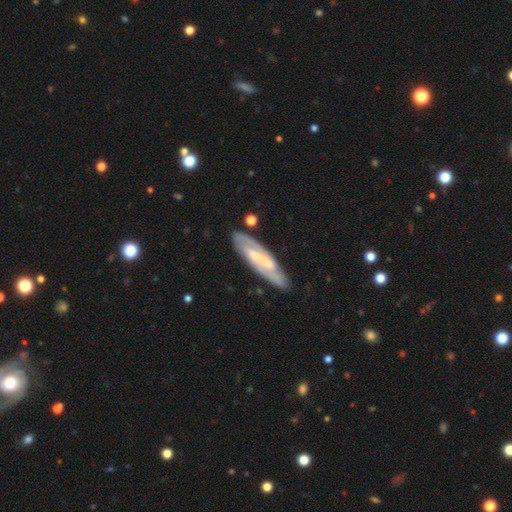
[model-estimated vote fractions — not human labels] Smooth or featured?
  - featured or disk: 72% *
  - smooth: 21%
  - star or artifact: 7%
Edge-on disk?
  - no: 71% *
  - yes: 29%
Bar?
  - weak: 38% *
  - strong: 36%
  - no: 26%
Spiral arms?
  - yes: 84% *
  - no: 16%
Bulge size?
  - small: 55% *
  - moderate: 22%
  - none: 18%
  - large: 3%
  - dominant: 1%
Merging?
  - none: 79% *
  - minor disturbance: 15%
  - major disturbance: 4%
  - merger: 2%